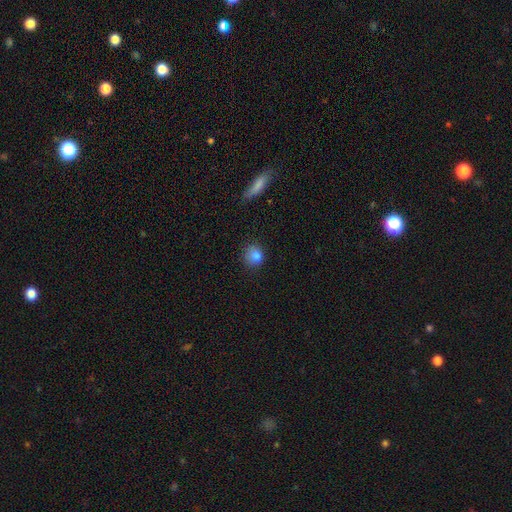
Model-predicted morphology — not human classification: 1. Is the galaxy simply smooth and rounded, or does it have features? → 83% smooth, 11% star or artifact, 6% featured or disk.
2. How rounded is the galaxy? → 82% round, 17% in between, 1% cigar-shaped.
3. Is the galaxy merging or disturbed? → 75% none, 18% minor disturbance, 5% major disturbance, 2% merger.